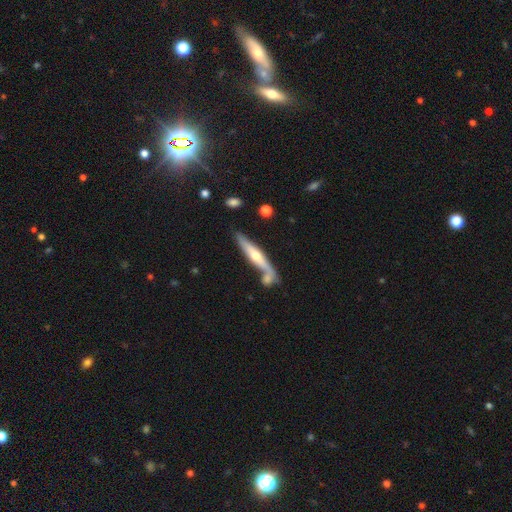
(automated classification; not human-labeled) A featured or disk galaxy (59%) viewed edge-on (90%) with a rounded central bulge (86%). Merging: none (61%).